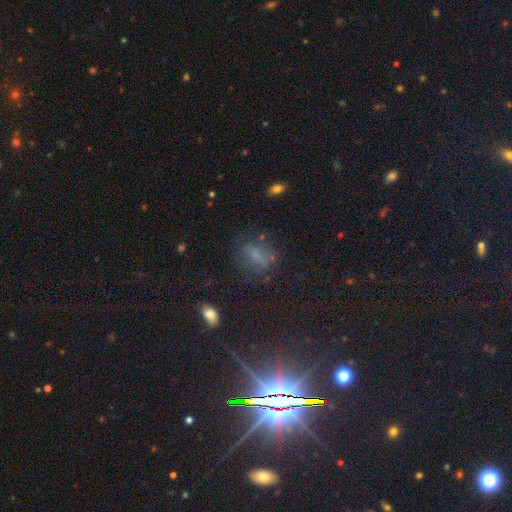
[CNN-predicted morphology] This appears to be a smooth galaxy with no disk features (52%) that is in between round and cigar-shaped (66%). Merging: none (62%).